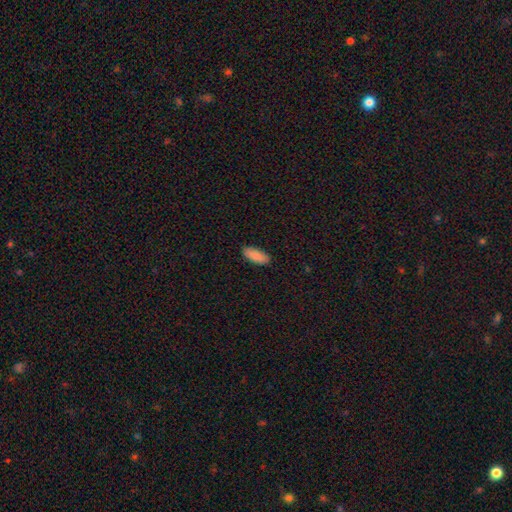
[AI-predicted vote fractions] Overall: smooth (89%). How rounded: in between (79%). Merging: none (89%).